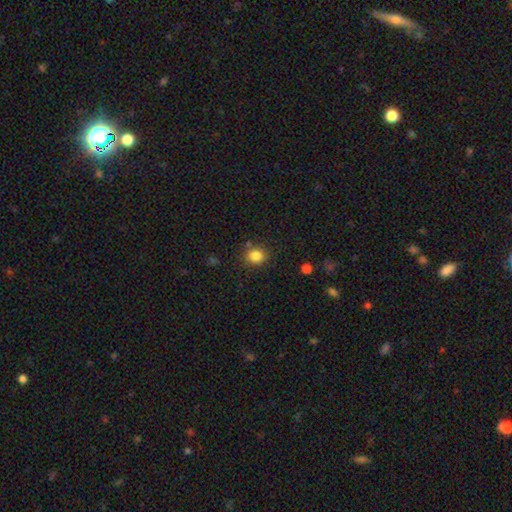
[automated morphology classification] This is clearly a smooth galaxy (84%). How rounded: likely round (71%). Merging: likely none (80%).